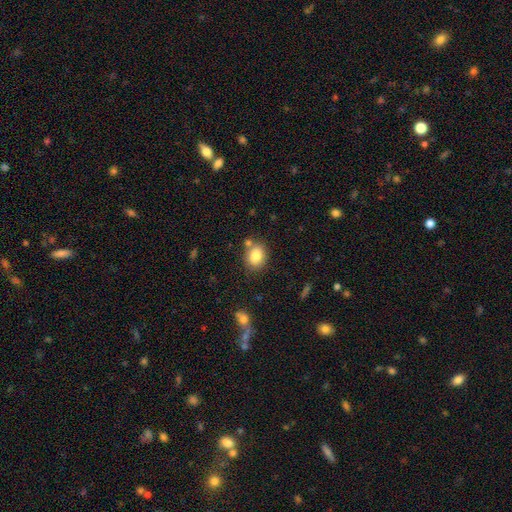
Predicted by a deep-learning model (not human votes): Smooth or featured: smooth — 83% (star or artifact — 9%)
How rounded: in between — 57% (round — 42%)
Merging: none — 71% (minor disturbance — 14%)